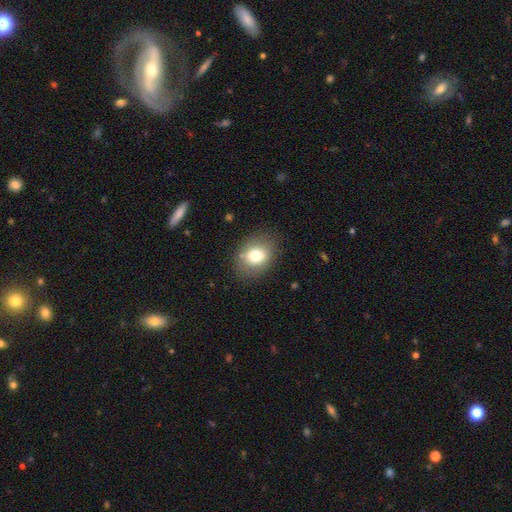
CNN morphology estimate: smooth-or-featured: smooth: 74% | featured or disk: 15% | star or artifact: 10%
  how-rounded: in between: 55% | round: 44% | cigar-shaped: 1%
  merging: none: 81% | minor disturbance: 12% | major disturbance: 4% | merger: 2%